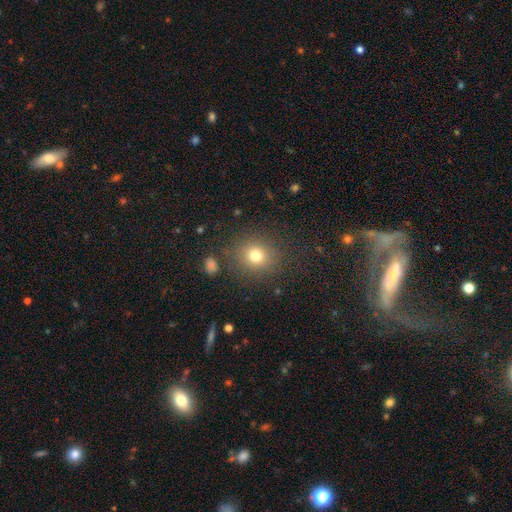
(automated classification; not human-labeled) A smooth galaxy with no disk features (76%) that is round (82%). Merging: none (85%).